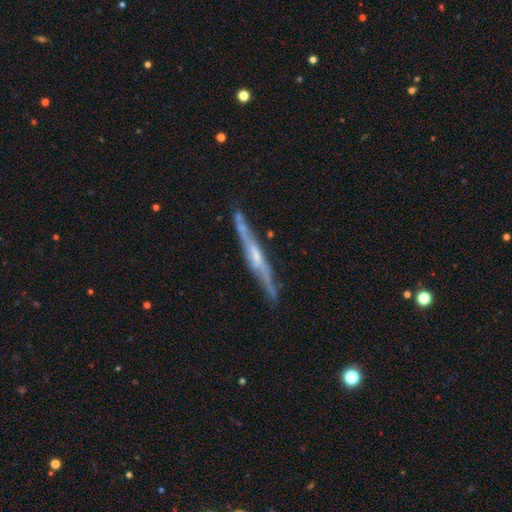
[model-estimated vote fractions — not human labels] Smooth or featured: featured or disk — 70% (smooth — 25%)
Edge-on disk: yes — 89% (no — 11%)
Edge-on bulge: none — 46% (rounded — 37%)
Merging: none — 70% (minor disturbance — 21%)